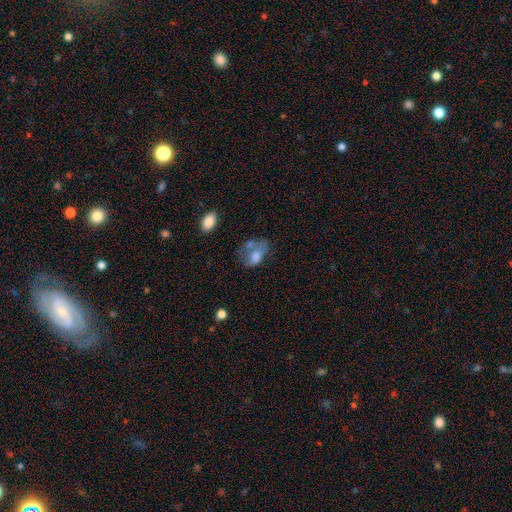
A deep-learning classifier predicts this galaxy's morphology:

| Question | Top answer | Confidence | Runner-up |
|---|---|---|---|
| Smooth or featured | smooth | 61% | featured or disk (29%) |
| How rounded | in between | 81% | round (17%) |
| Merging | none | 29% | major disturbance (27%) |